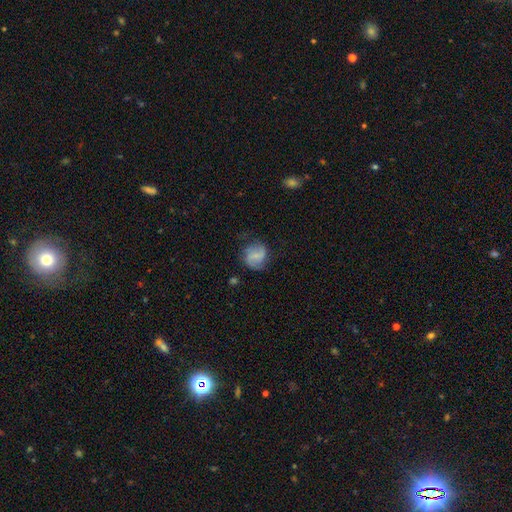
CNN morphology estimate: type=smooth (47%); merging=none (67%).